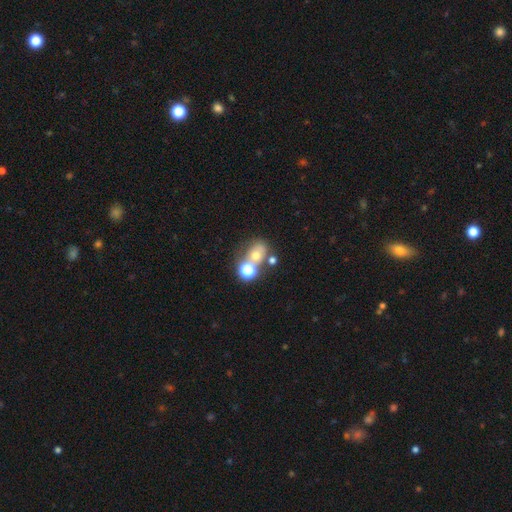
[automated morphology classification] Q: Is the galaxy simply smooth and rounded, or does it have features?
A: smooth — 56%.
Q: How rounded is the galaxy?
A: round — 59%.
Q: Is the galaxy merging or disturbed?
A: merger — 42%.